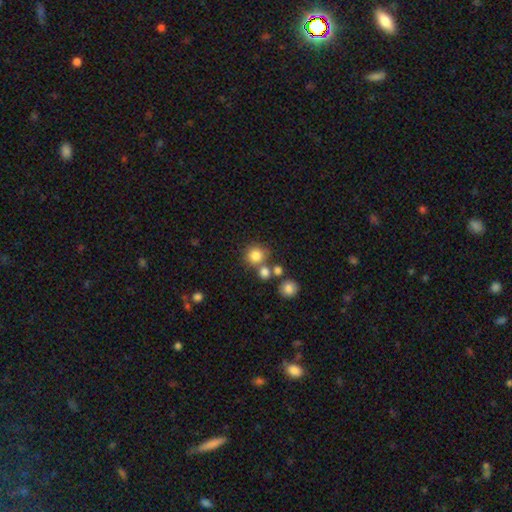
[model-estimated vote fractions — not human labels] A smooth galaxy with no disk features (81%) that is round (89%).

Vote fractions:
- Smooth or featured? smooth: 81% / star or artifact: 12% / featured or disk: 7%
- How rounded? round: 89% / in between: 10% / cigar-shaped: 1%
- Merging? none: 66% / merger: 20% / minor disturbance: 10% / major disturbance: 4%